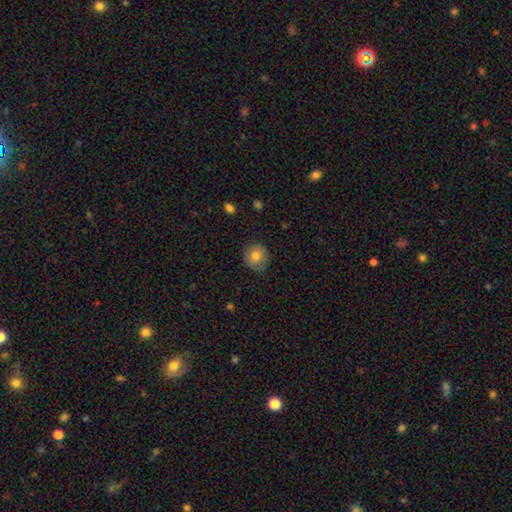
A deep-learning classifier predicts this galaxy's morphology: Overall: smooth (78%). How rounded: round (91%). Merging: none (84%).